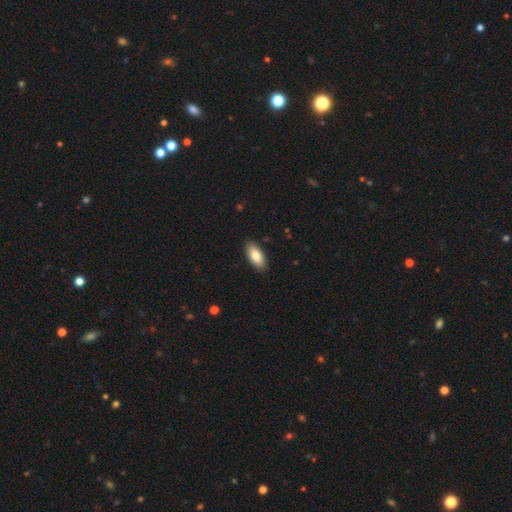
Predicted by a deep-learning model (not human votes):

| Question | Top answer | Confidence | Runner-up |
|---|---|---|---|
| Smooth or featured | smooth | 81% | featured or disk (13%) |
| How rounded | in between | 88% | cigar-shaped (9%) |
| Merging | none | 89% | minor disturbance (9%) |